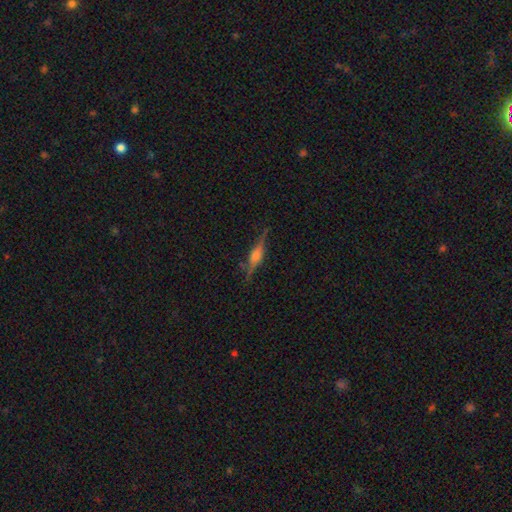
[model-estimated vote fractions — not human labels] The model was most divided on "smooth or featured": featured or disk: 75%, smooth: 17%, star or artifact: 8%. More confident: edge-on disk — yes (97%); merging — none (83%); edge-on bulge — rounded (79%).